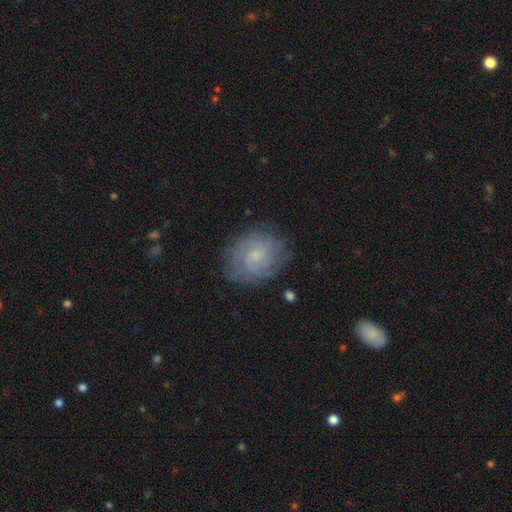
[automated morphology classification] A featured or disk galaxy (65%) with no bar (63%), tight (61%) spiral arms (90%) and a small central bulge (67%).

Vote fractions:
- Smooth or featured? featured or disk: 65% / smooth: 26% / star or artifact: 9%
- Edge-on disk? no: 97% / yes: 3%
- Bar? no: 63% / weak: 33% / strong: 4%
- Spiral arms? yes: 90% / no: 10%
- Spiral winding? tight: 61% / medium: 30% / loose: 9%
- Spiral arm count? can't tell: 43% / 2: 25% / 3: 14% / 4: 8% / 1: 5% / more than 4: 5%
- Bulge size? small: 67% / moderate: 21% / none: 10% / large: 1% / dominant: 1%
- Merging? none: 78% / minor disturbance: 15% / major disturbance: 5% / merger: 1%